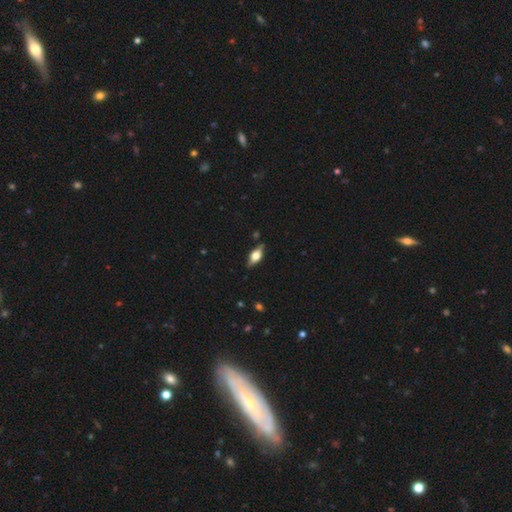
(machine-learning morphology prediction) A featured or disk galaxy (48%).

Vote fractions:
- Smooth or featured? featured or disk: 48% / smooth: 44% / star or artifact: 7%
- Merging? none: 84% / minor disturbance: 12% / major disturbance: 2% / merger: 1%